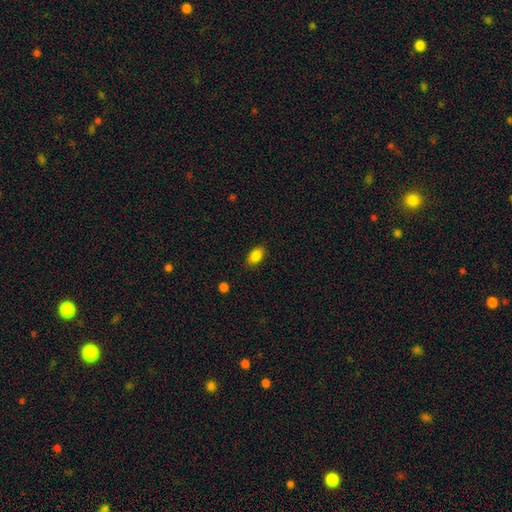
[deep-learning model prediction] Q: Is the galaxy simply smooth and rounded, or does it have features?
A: smooth — 87%.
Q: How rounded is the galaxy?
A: in between — 88%.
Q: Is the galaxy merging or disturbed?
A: none — 86%.